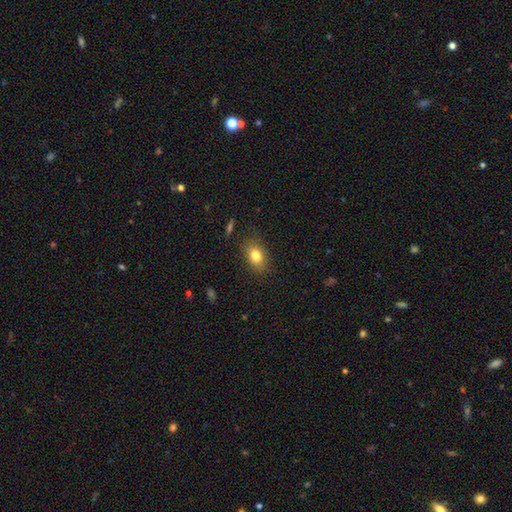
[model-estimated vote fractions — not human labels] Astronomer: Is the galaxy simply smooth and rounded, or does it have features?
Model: smooth — 81%.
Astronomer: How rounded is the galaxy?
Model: in between — 82%.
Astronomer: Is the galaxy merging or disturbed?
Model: none — 84%.